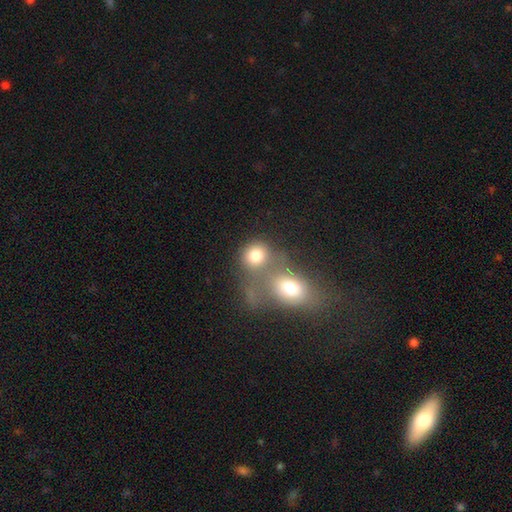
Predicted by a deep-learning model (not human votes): A smooth galaxy with no disk features (77%) that is round (73%). Merging: merger (49%).